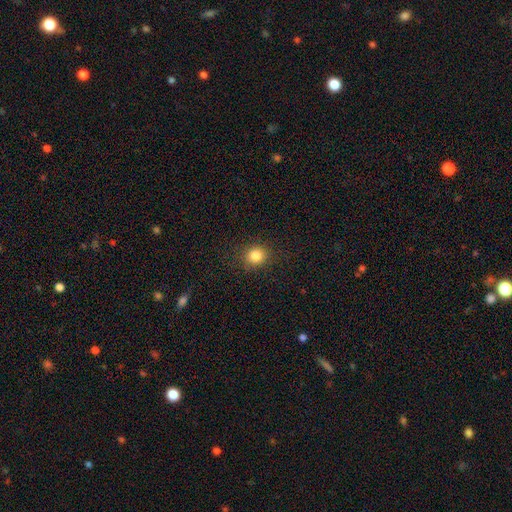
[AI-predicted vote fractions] Smooth or featured? smooth (83%)
How rounded? round (81%)
Merging? none (89%)